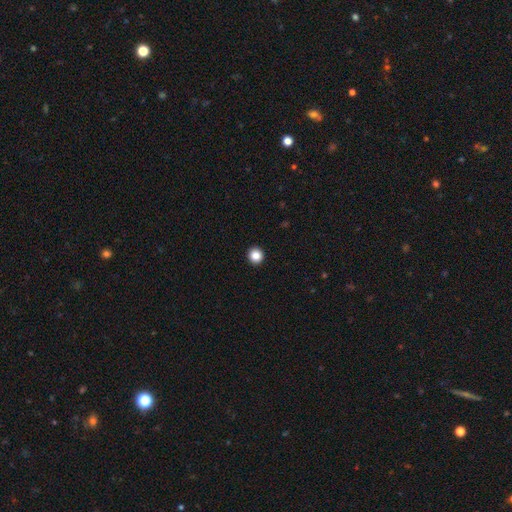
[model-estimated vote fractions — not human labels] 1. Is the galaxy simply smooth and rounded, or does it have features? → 85% smooth, 10% star or artifact, 4% featured or disk.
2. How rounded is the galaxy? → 95% round, 4% in between, 1% cigar-shaped.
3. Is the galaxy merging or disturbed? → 94% none, 4% minor disturbance, 1% major disturbance, 1% merger.